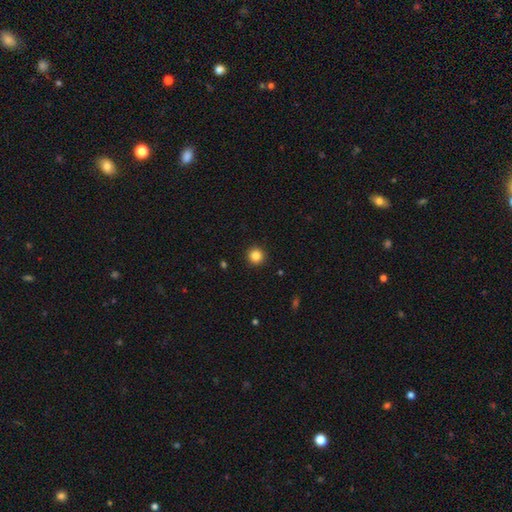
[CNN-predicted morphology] A smooth galaxy with no disk features (85%) that is round (96%).

Vote fractions:
- Smooth or featured? smooth: 85% / star or artifact: 11% / featured or disk: 4%
- How rounded? round: 96% / in between: 3% / cigar-shaped: 1%
- Merging? none: 93% / minor disturbance: 4% / major disturbance: 2% / merger: 1%